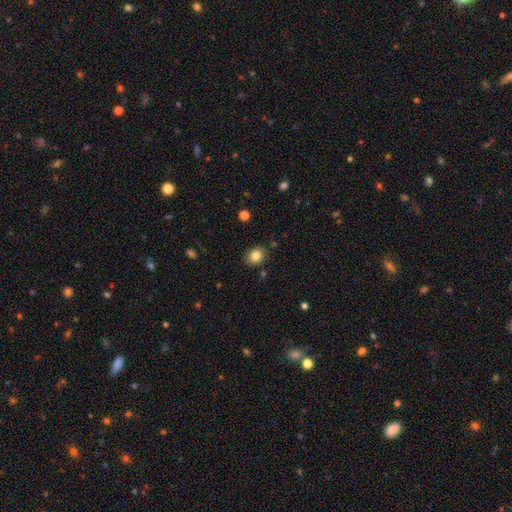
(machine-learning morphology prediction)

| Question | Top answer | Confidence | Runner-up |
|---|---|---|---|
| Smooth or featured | smooth | 83% | star or artifact (10%) |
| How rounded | in between | 50% | round (49%) |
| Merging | none | 83% | minor disturbance (12%) |